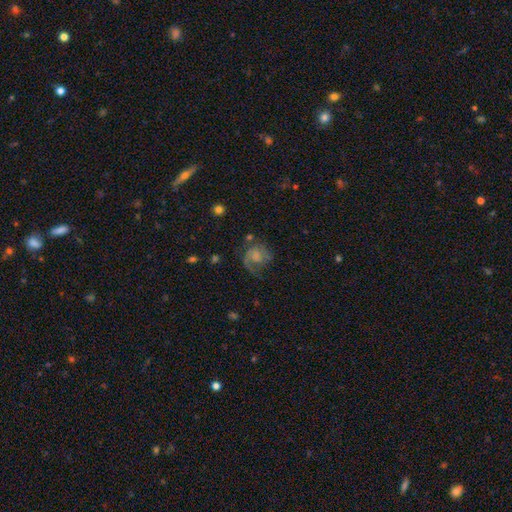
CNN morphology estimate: smooth_or_featured: featured or disk (p=0.62) [alt: smooth p=0.28]
disk_edge_on: no (p=0.98) [alt: yes p=0.02]
bar: no (p=0.68) [alt: weak p=0.28]
has_spiral_arms: yes (p=0.88) [alt: no p=0.12]
spiral_winding: medium (p=0.44) [alt: loose p=0.29]
spiral_arm_count: 1 (p=0.47) [alt: 2 p=0.38]
bulge_size: none (p=0.40) [alt: small p=0.22]
merging: none (p=0.48) [alt: major disturbance p=0.27]